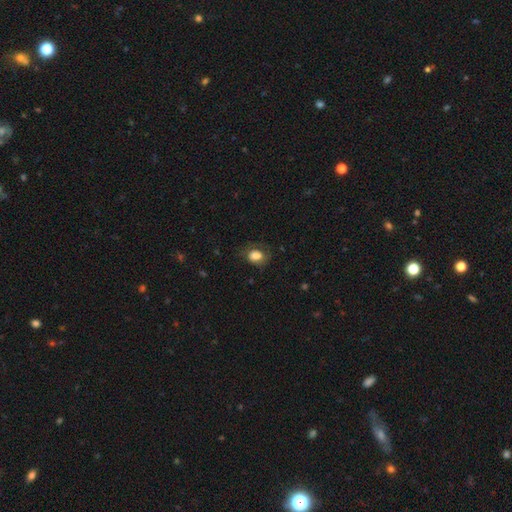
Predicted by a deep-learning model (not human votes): Q: Smooth or featured?
A: smooth (79%); runner-up: featured or disk (11%)
Q: How rounded?
A: in between (72%); runner-up: round (26%)
Q: Merging?
A: none (60%); runner-up: minor disturbance (25%)